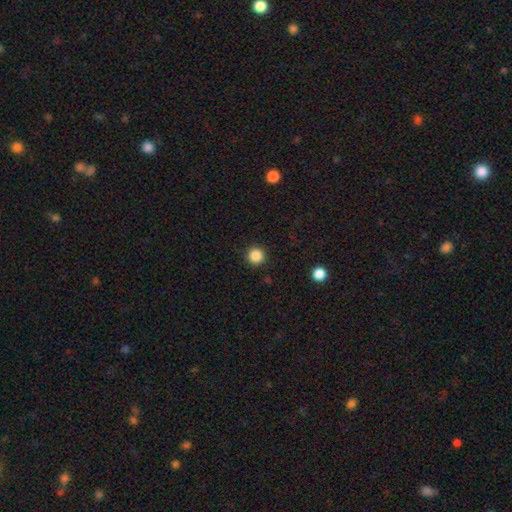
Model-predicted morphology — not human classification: The model was most divided on "smooth or featured": smooth: 86%, star or artifact: 11%, featured or disk: 3%. More confident: how rounded — round (95%); merging — none (92%).